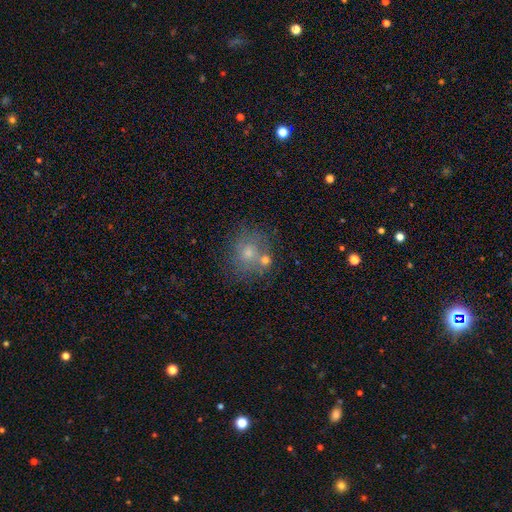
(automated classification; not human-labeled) The model was most divided on "smooth or featured": smooth: 55%, star or artifact: 23%, featured or disk: 22%. More confident: how rounded — round (81%); merging — none (66%).